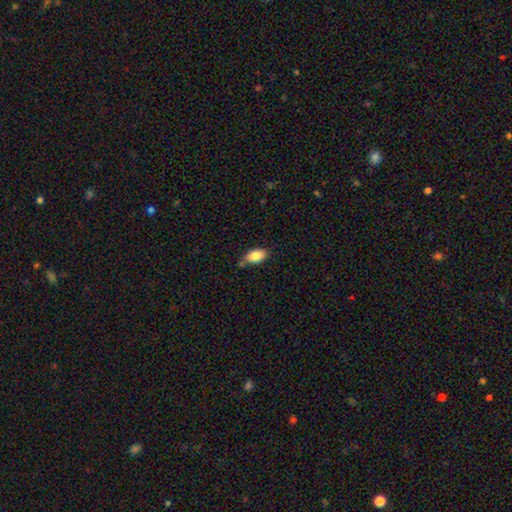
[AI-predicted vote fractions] Morphology: type=smooth (83%); roundness=in between (92%); merging=none (70%).